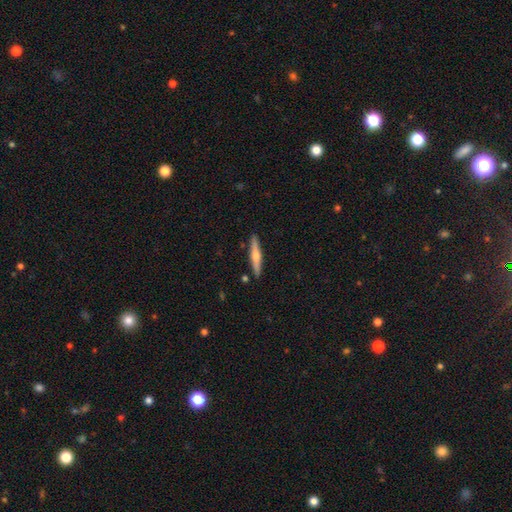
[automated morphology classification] This is possibly a featured or disk galaxy (53%). It is clearly viewed edge-on (96%). Edge-on bulge: clearly rounded (85%). Merging: clearly none (90%).